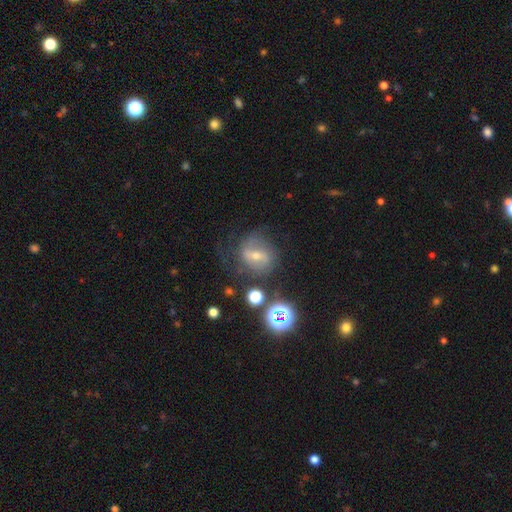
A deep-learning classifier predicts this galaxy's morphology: This appears to be a featured or disk galaxy (58%) with a strong bar (40%, tied with weak), spiral arms (73%) and a moderate central bulge (47%, tied with small). Merging: none (60%).